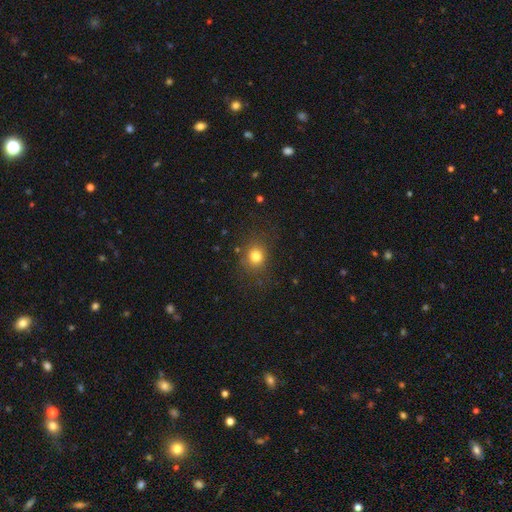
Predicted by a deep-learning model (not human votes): smooth 79%, star or artifact 14%, featured or disk 7%. Down the decision tree: how rounded — round (74%); merging — none (80%).